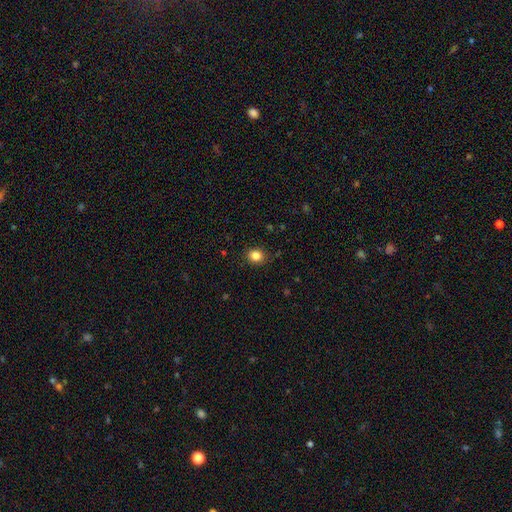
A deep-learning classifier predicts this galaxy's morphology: Q: Smooth or featured?
A: smooth (84%); runner-up: star or artifact (11%)
Q: How rounded?
A: round (72%); runner-up: in between (27%)
Q: Merging?
A: none (88%); runner-up: minor disturbance (9%)